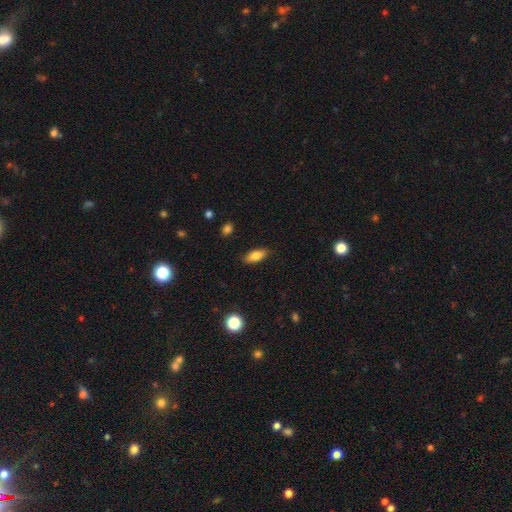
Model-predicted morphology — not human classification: Smooth or featured?
  - smooth: 81% *
  - featured or disk: 12%
  - star or artifact: 8%
How rounded?
  - in between: 81% *
  - cigar-shaped: 15%
  - round: 3%
Merging?
  - none: 85% *
  - minor disturbance: 12%
  - major disturbance: 2%
  - merger: 1%